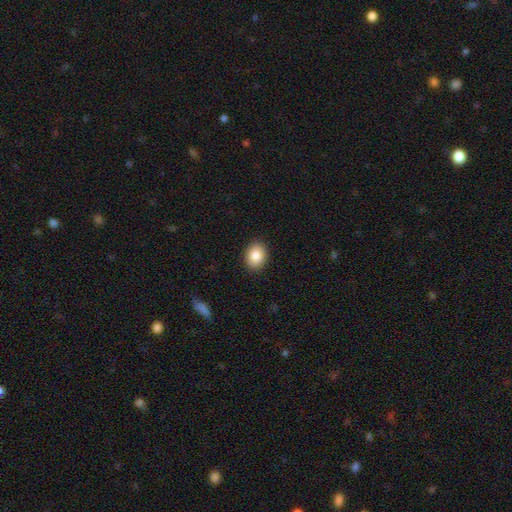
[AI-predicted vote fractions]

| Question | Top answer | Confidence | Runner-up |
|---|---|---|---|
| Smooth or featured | smooth | 85% | star or artifact (8%) |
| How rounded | in between | 59% | round (40%) |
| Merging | none | 90% | minor disturbance (7%) |